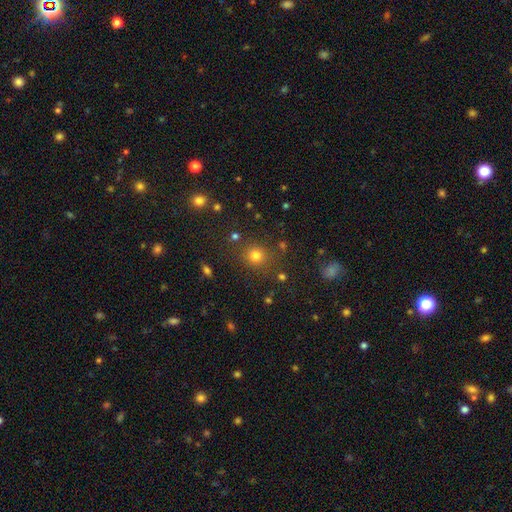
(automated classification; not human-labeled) Smooth or featured?
  - smooth: 74% *
  - star or artifact: 20%
  - featured or disk: 6%
How rounded?
  - round: 89% *
  - in between: 11%
  - cigar-shaped: 1%
Merging?
  - none: 83% *
  - minor disturbance: 9%
  - merger: 4%
  - major disturbance: 4%